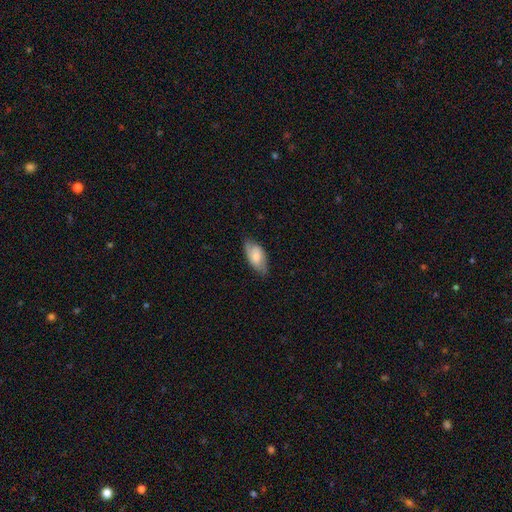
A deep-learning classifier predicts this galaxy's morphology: The model was most divided on "smooth or featured": smooth: 59%, featured or disk: 35%, star or artifact: 7%. More confident: how rounded — in between (91%); merging — none (72%).